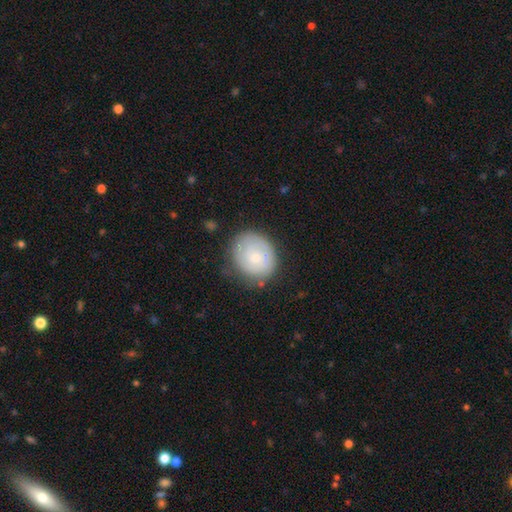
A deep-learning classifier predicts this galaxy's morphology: Smooth or featured?
  - smooth: 59% *
  - featured or disk: 34%
  - star or artifact: 7%
How rounded?
  - round: 62% *
  - in between: 37%
  - cigar-shaped: 1%
Merging?
  - none: 74% *
  - minor disturbance: 19%
  - major disturbance: 5%
  - merger: 2%